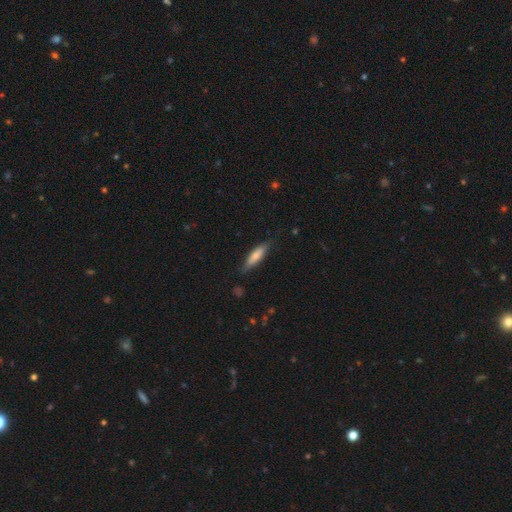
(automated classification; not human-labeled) smooth 66%, featured or disk 28%, star or artifact 6%. Down the decision tree: how rounded — cigar-shaped (70%); merging — none (78%).